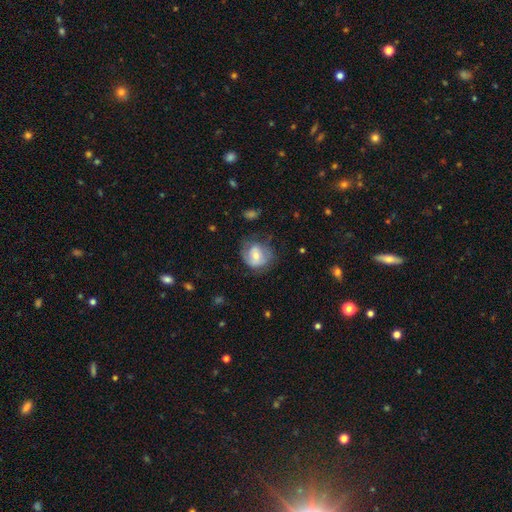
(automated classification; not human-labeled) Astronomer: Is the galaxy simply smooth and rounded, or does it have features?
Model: smooth — 49% (runner-up: featured or disk, 43%).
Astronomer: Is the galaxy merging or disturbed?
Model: none — 56%.